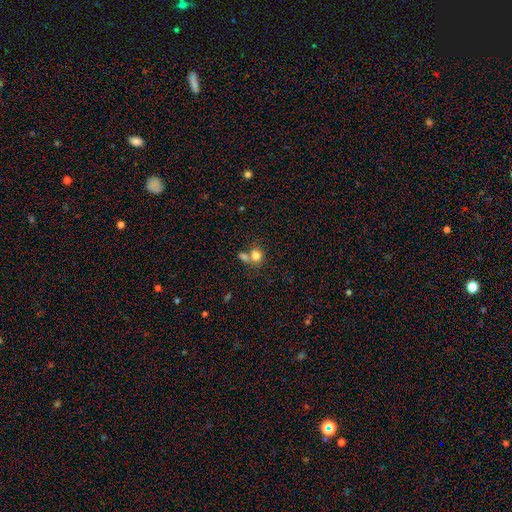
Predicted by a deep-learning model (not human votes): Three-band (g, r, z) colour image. It shows a smooth galaxy with no disk features (79%) that is round (73%). Merging: none (44%).